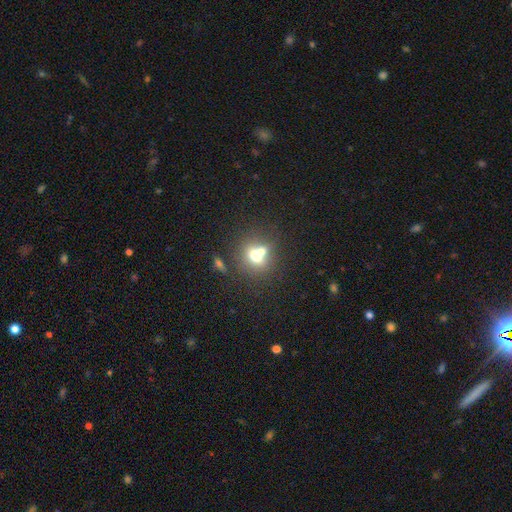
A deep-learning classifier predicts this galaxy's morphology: The model was most divided on "merging": merger: 48%, none: 40%, minor disturbance: 9%, major disturbance: 4%. More confident: how rounded — round (69%); smooth or featured — smooth (65%).